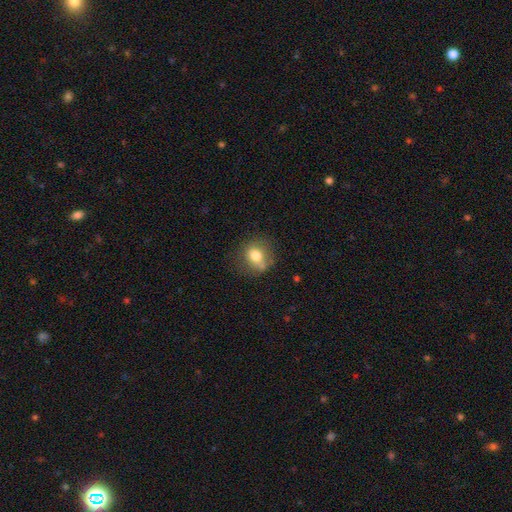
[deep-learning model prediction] smooth_or_featured: smooth (p=0.75) [alt: featured or disk p=0.15]
how_rounded: round (p=0.68) [alt: in between p=0.31]
merging: none (p=0.64) [alt: minor disturbance p=0.22]